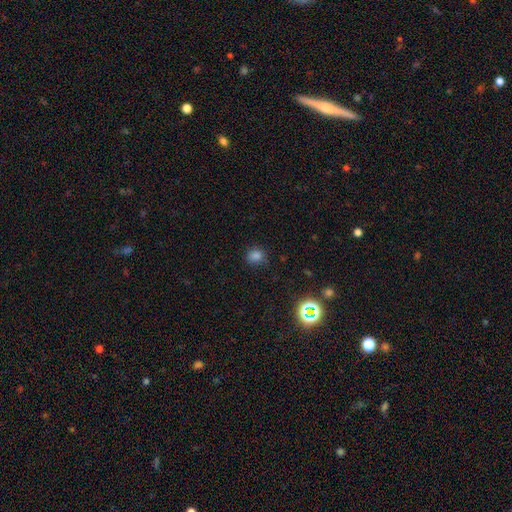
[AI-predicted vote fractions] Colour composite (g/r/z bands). It shows a smooth galaxy with no disk features (78%) that is round (74%). Merging: none (82%).